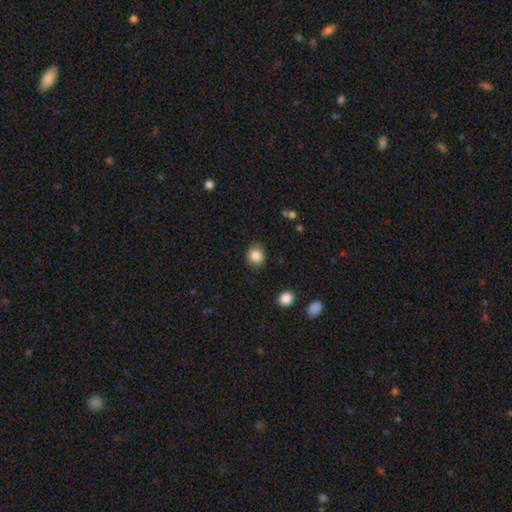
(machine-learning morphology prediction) Smooth or featured? Predicted: smooth (p=0.86). How rounded? Predicted: round (p=0.77). Merging? Predicted: none (p=0.84).